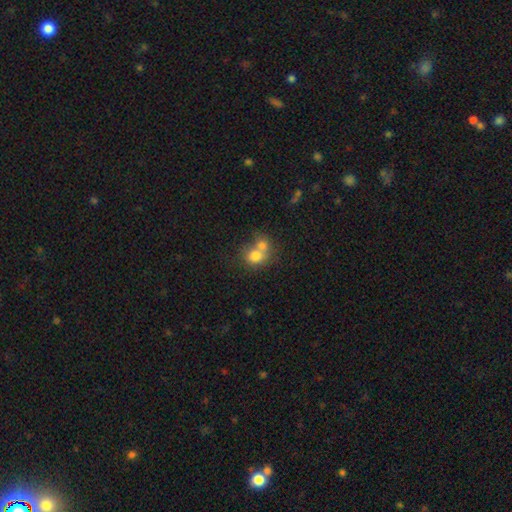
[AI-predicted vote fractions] smooth-or-featured: smooth: 75% | featured or disk: 15% | star or artifact: 10%
  how-rounded: round: 68% | in between: 31% | cigar-shaped: 1%
  merging: merger: 62% | none: 28% | minor disturbance: 7% | major disturbance: 4%